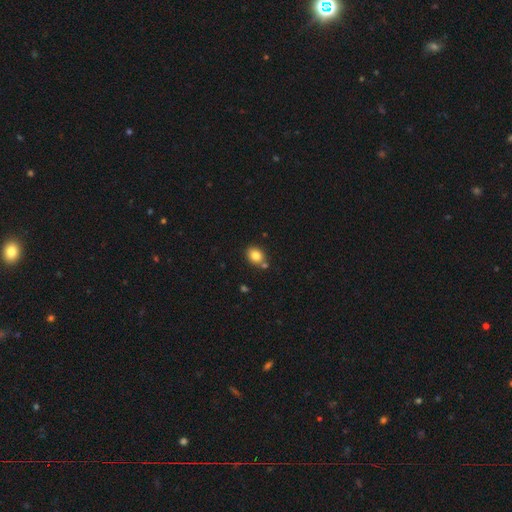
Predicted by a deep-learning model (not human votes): Smooth or featured?
  - smooth: 83% *
  - star or artifact: 10%
  - featured or disk: 7%
How rounded?
  - in between: 52% *
  - round: 47%
  - cigar-shaped: 1%
Merging?
  - none: 73% *
  - minor disturbance: 12%
  - merger: 12%
  - major disturbance: 3%